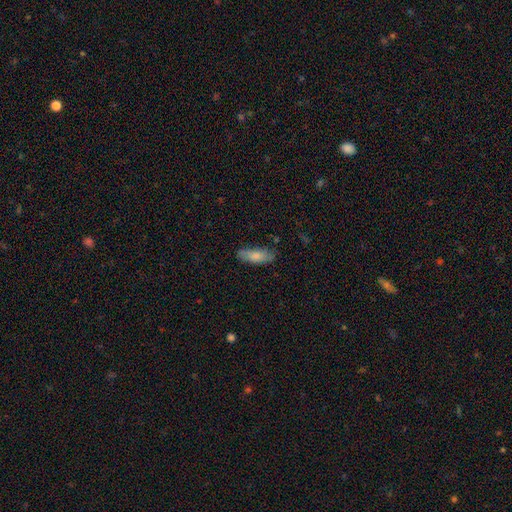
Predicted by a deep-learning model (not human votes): A smooth galaxy with no disk features (78%) that is in between round and cigar-shaped (61%). Merging: none (76%).